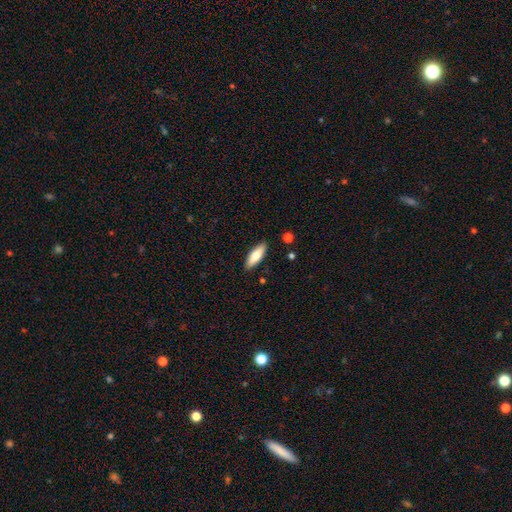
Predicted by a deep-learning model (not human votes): The model was most divided on "how rounded": in between: 58%, cigar-shaped: 40%, round: 2%. More confident: merging — none (88%); smooth or featured — smooth (72%).